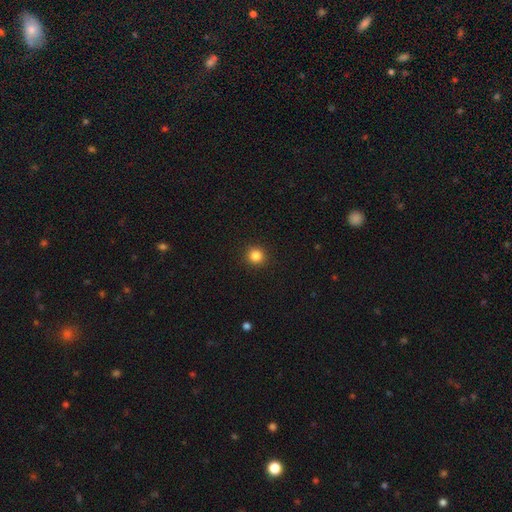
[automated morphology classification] Smooth or featured? smooth (84%)
How rounded? round (94%)
Merging? none (93%)